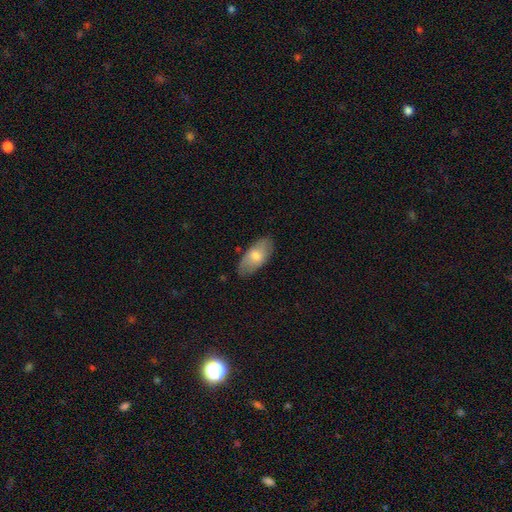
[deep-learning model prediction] Overall: smooth (67%; featured or disk 27%). How rounded: in between (92%). Merging: none (78%).